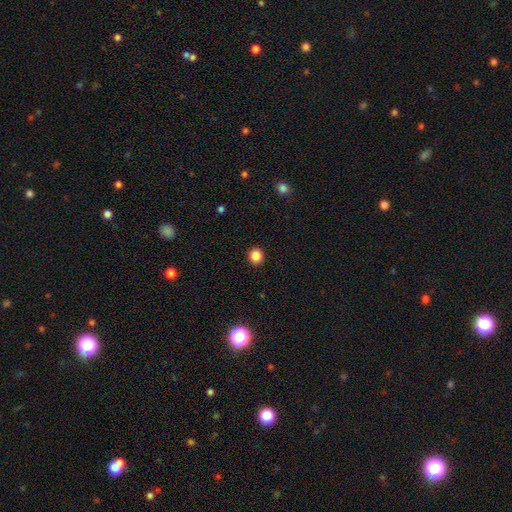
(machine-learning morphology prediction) Smooth or featured: smooth — 85% (star or artifact — 11%)
How rounded: round — 82% (in between — 17%)
Merging: none — 92% (minor disturbance — 6%)